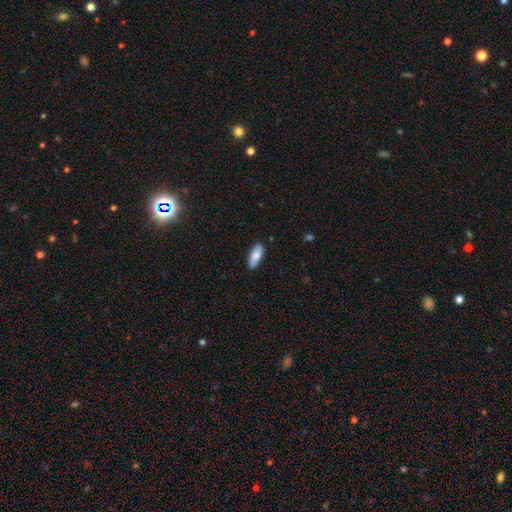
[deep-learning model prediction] A smooth galaxy with no disk features (82%) that is in between round and cigar-shaped (77%).

Vote fractions:
- Smooth or featured? smooth: 82% / featured or disk: 12% / star or artifact: 6%
- How rounded? in between: 77% / cigar-shaped: 21% / round: 2%
- Merging? none: 87% / minor disturbance: 10% / major disturbance: 2% / merger: 1%